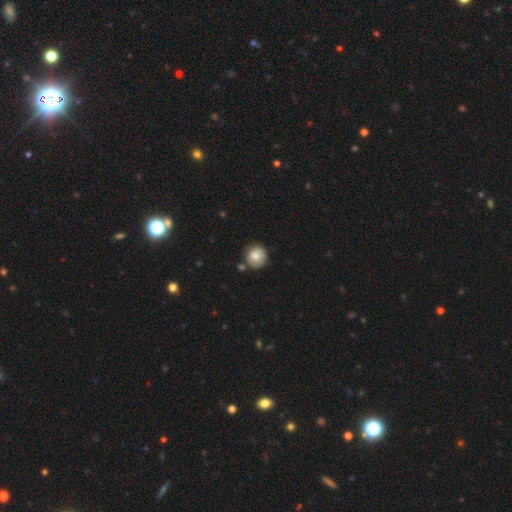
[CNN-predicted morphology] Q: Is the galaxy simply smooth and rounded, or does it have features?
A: smooth — 80%.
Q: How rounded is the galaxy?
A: round — 89%.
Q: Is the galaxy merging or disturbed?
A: none — 72%.